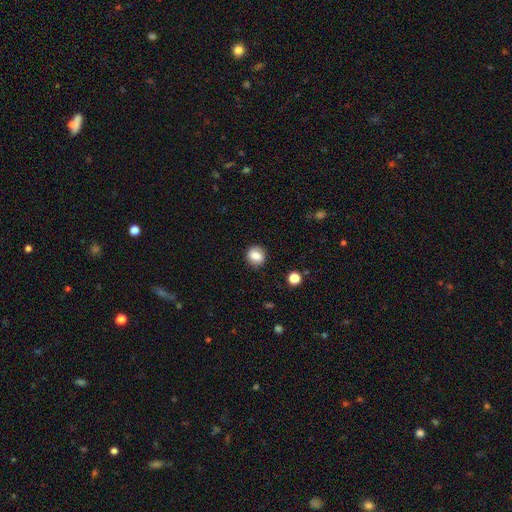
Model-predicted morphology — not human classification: Q: Smooth or featured?
A: smooth (81%); runner-up: star or artifact (10%)
Q: How rounded?
A: round (79%); runner-up: in between (20%)
Q: Merging?
A: none (88%); runner-up: minor disturbance (8%)